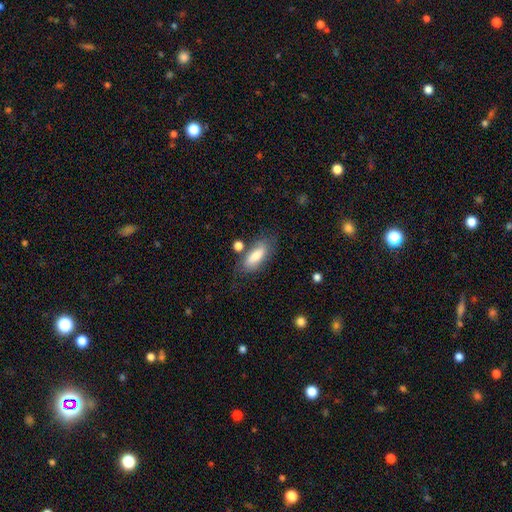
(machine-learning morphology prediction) Overall: smooth (74%). How rounded: in between (74%). Merging: none (66%).